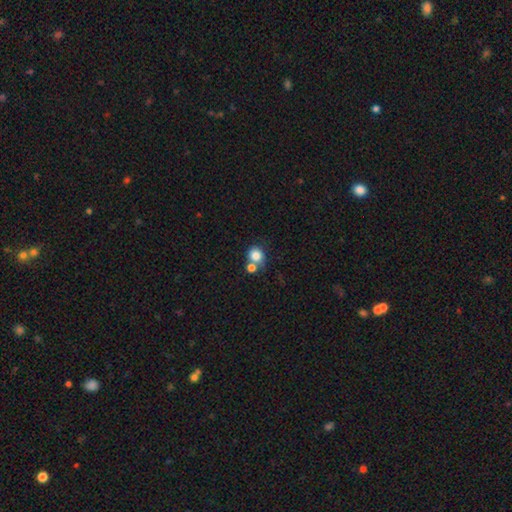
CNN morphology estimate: smooth 82%, star or artifact 10%, featured or disk 8%. Down the decision tree: how rounded — round (78%); merging — none (51%).